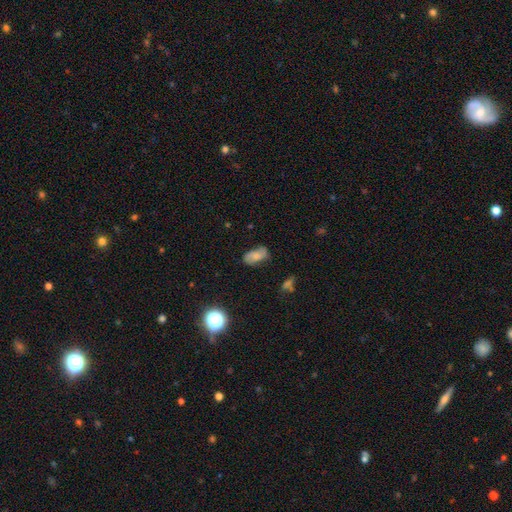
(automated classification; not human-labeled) The model was most divided on "smooth or featured": smooth: 59%, featured or disk: 30%, star or artifact: 11%. More confident: how rounded — in between (91%); merging — none (69%).